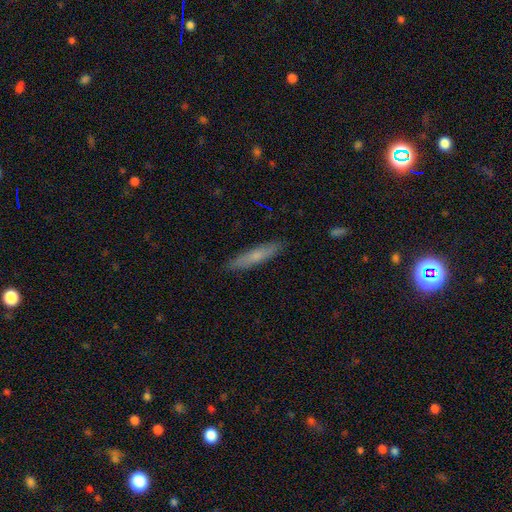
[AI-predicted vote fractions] Smooth or featured?
  - smooth: 65% *
  - featured or disk: 29%
  - star or artifact: 6%
How rounded?
  - cigar-shaped: 90% *
  - in between: 8%
  - round: 1%
Merging?
  - none: 89% *
  - minor disturbance: 8%
  - major disturbance: 2%
  - merger: 1%